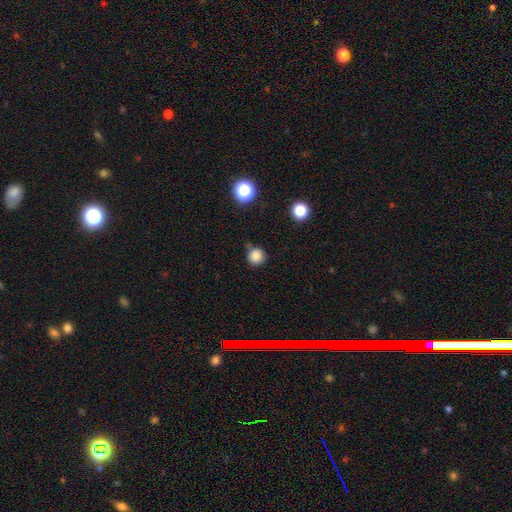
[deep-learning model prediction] Morphology: type=smooth (84%); roundness=round (93%); merging=none (75%).